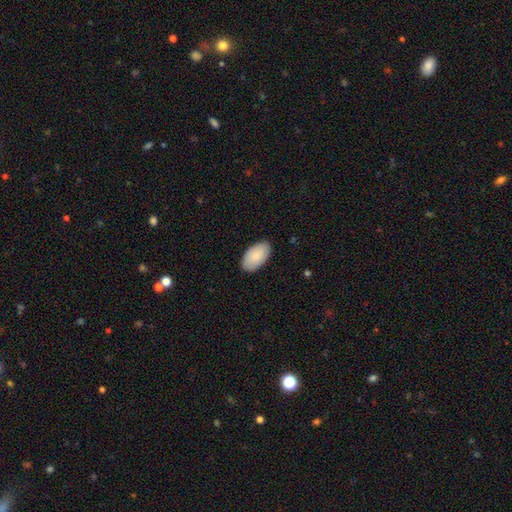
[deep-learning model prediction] Smooth or featured?
  - smooth: 87% *
  - featured or disk: 8%
  - star or artifact: 5%
How rounded?
  - in between: 96% *
  - round: 3%
  - cigar-shaped: 1%
Merging?
  - none: 86% *
  - minor disturbance: 11%
  - major disturbance: 2%
  - merger: 1%